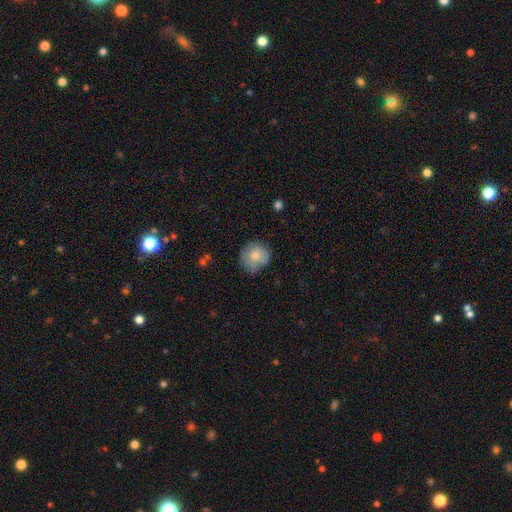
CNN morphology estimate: Q: Smooth or featured?
A: smooth (77%); runner-up: featured or disk (15%)
Q: How rounded?
A: round (86%); runner-up: in between (13%)
Q: Merging?
A: none (65%); runner-up: minor disturbance (26%)